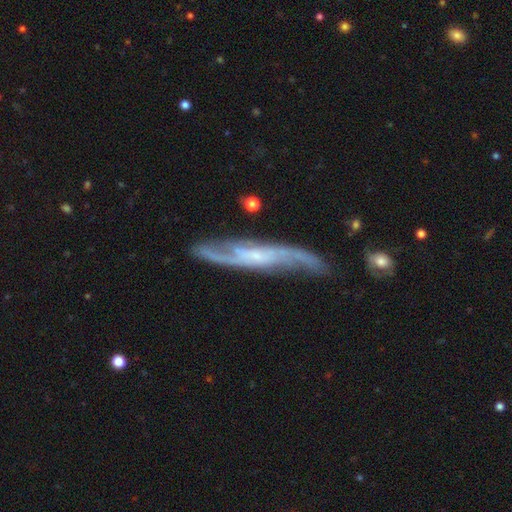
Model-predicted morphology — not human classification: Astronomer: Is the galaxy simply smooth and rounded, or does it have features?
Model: featured or disk — 86%.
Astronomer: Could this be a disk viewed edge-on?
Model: no — 70%.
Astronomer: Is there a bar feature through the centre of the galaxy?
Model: no — 42% (runner-up: weak, 41%).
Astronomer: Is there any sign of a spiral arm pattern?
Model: yes — 96%.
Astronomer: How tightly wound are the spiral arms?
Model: loose — 43% (runner-up: medium, 40%).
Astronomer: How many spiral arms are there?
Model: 2 — 82%.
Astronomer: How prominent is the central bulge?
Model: small — 66%.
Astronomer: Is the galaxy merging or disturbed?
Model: none — 72%.